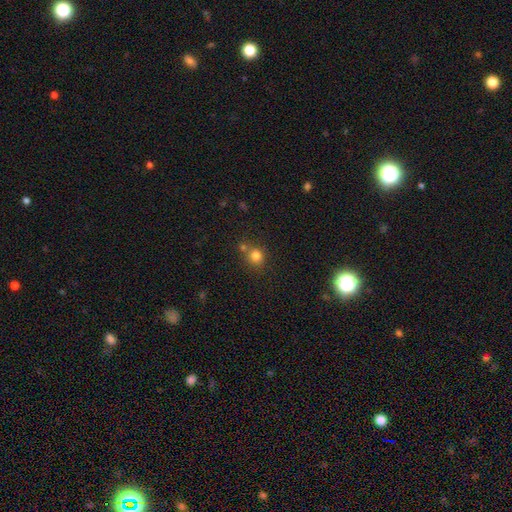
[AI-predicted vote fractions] smooth-or-featured: smooth: 79% | star or artifact: 14% | featured or disk: 7%
  how-rounded: round: 85% | in between: 14% | cigar-shaped: 1%
  merging: none: 62% | merger: 24% | minor disturbance: 10% | major disturbance: 4%